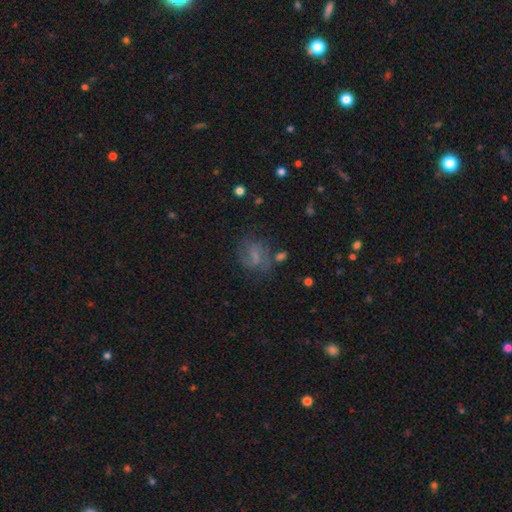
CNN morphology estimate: A featured or disk galaxy (45%).

Vote fractions:
- Smooth or featured? featured or disk: 45% / smooth: 39% / star or artifact: 17%
- Merging? none: 60% / minor disturbance: 20% / major disturbance: 15% / merger: 5%